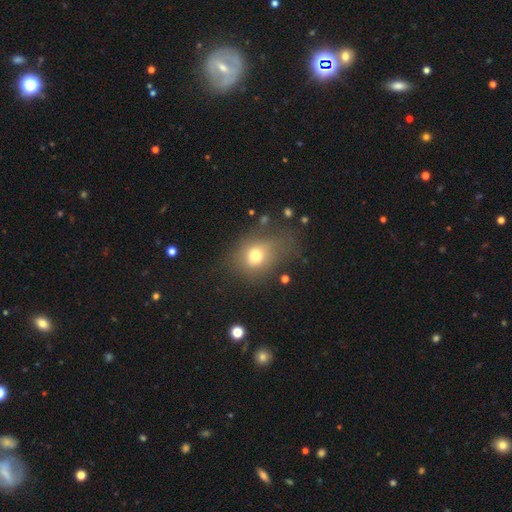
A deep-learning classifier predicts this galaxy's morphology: A smooth galaxy with no disk features (70%) that is round (53%).

Vote fractions:
- Smooth or featured? smooth: 70% / featured or disk: 16% / star or artifact: 14%
- How rounded? round: 53% / in between: 45% / cigar-shaped: 2%
- Merging? none: 53% / minor disturbance: 24% / major disturbance: 19% / merger: 4%